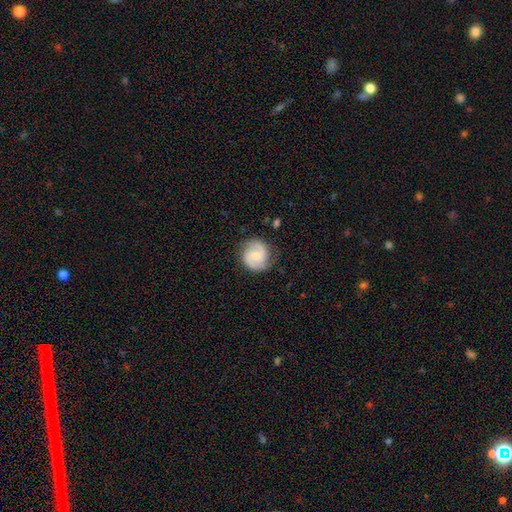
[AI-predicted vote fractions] A featured or disk galaxy (73%) with no bar (47%), 2 (90%) medium (49%) spiral arms (95%) and a small central bulge (54%). Merging: none (82%).